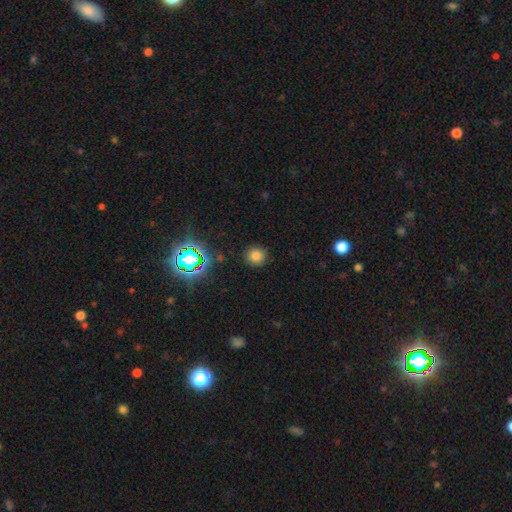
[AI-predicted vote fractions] Morphology: type=smooth (75%); roundness=round (91%); merging=none (89%).